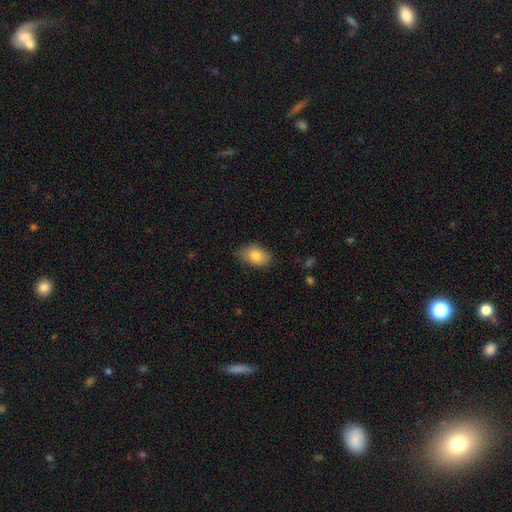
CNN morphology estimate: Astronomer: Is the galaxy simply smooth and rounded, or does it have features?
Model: smooth — 82%.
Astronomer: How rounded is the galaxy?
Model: in between — 86%.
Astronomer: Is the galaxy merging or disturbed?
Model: none — 79%.